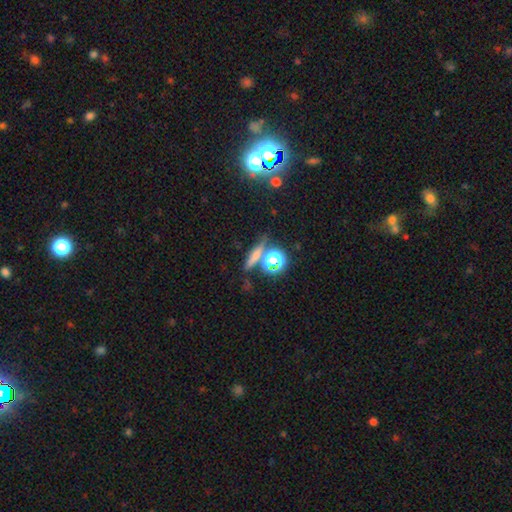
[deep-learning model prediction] The model was most divided on "smooth or featured": smooth: 51%, star or artifact: 25%, featured or disk: 24%. More confident: merging — none (75%); how rounded — cigar-shaped (62%).